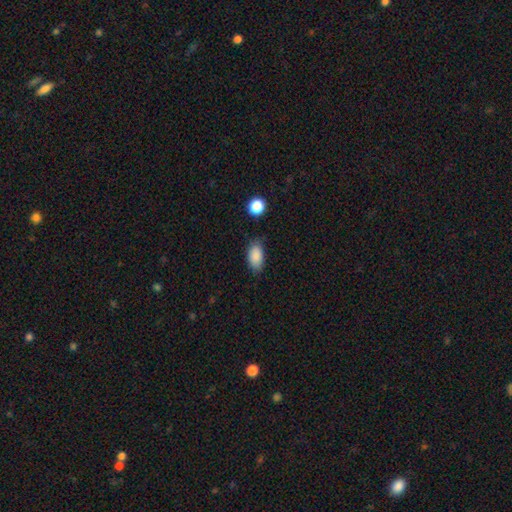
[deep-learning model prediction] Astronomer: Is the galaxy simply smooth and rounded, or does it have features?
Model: smooth — 87%.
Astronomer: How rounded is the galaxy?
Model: in between — 91%.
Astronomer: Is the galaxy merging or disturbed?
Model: none — 72%.